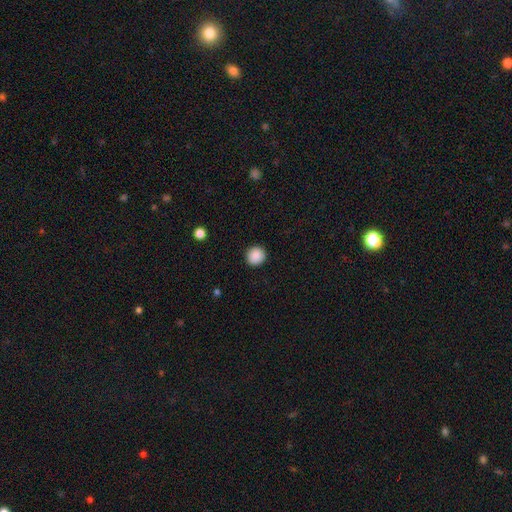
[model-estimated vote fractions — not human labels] Smooth or featured: smooth — 89% (star or artifact — 8%)
How rounded: round — 92% (in between — 7%)
Merging: none — 92% (minor disturbance — 5%)